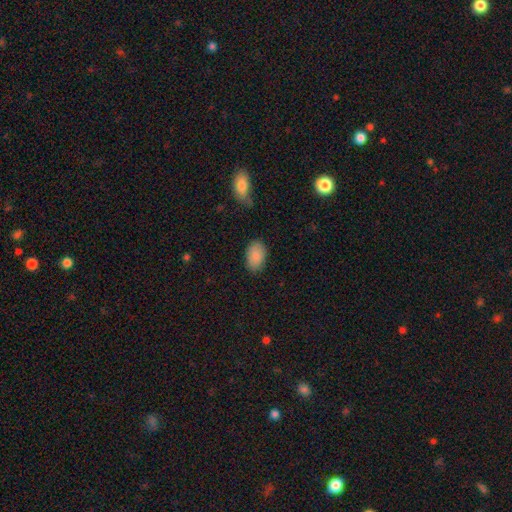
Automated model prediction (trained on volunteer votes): Smooth or featured? smooth (89%)
How rounded? in between (92%)
Merging? none (83%)